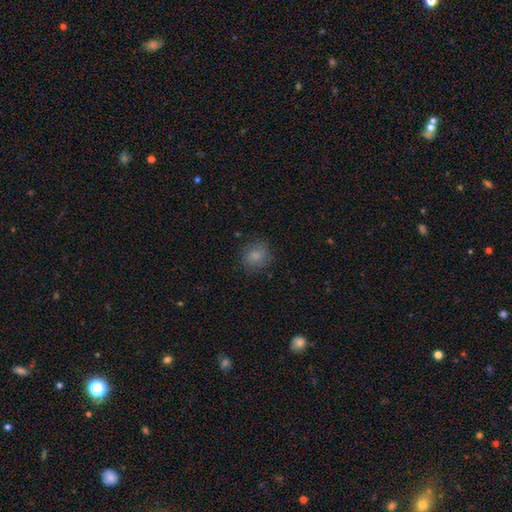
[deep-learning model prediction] Smooth or featured? smooth (82%)
How rounded? round (75%)
Merging? none (82%)